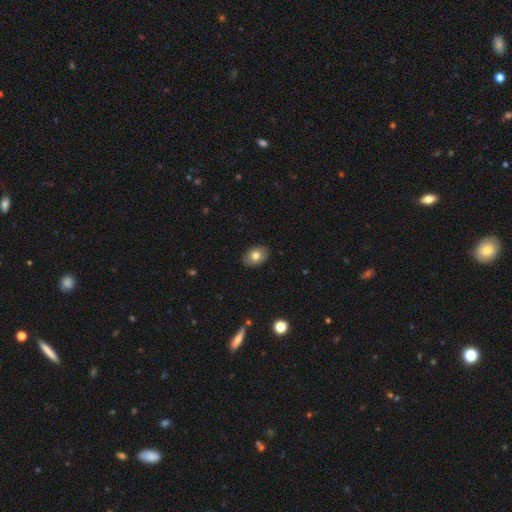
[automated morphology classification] This is likely a smooth galaxy (76%). How rounded: clearly in between (82%). Merging: clearly none (89%).